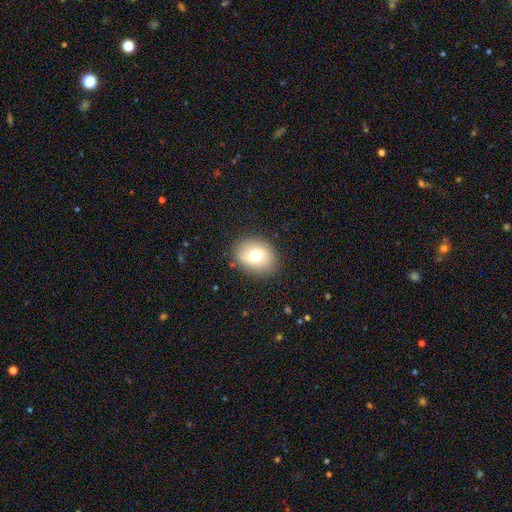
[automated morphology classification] smooth-or-featured: smooth: 70% | featured or disk: 20% | star or artifact: 10%
  how-rounded: in between: 54% | round: 45% | cigar-shaped: 1%
  merging: none: 84% | minor disturbance: 12% | major disturbance: 4% | merger: 1%